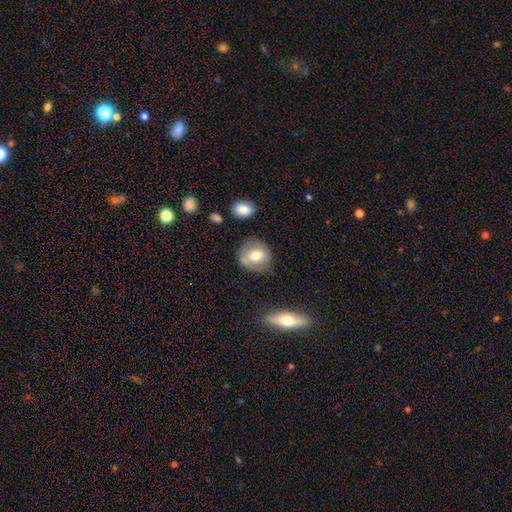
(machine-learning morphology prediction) smooth_or_featured: smooth (p=0.67) [alt: featured or disk p=0.25]
how_rounded: round (p=0.80) [alt: in between p=0.19]
merging: none (p=0.72) [alt: minor disturbance p=0.19]